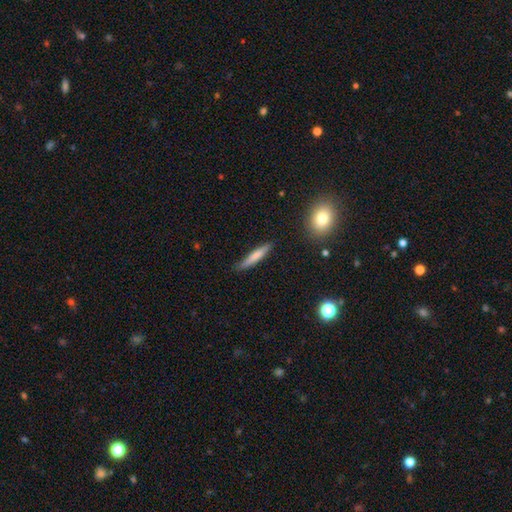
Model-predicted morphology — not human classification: Smooth or featured? Predicted: smooth (p=0.72). How rounded? Predicted: cigar-shaped (p=0.92). Merging? Predicted: none (p=0.85).